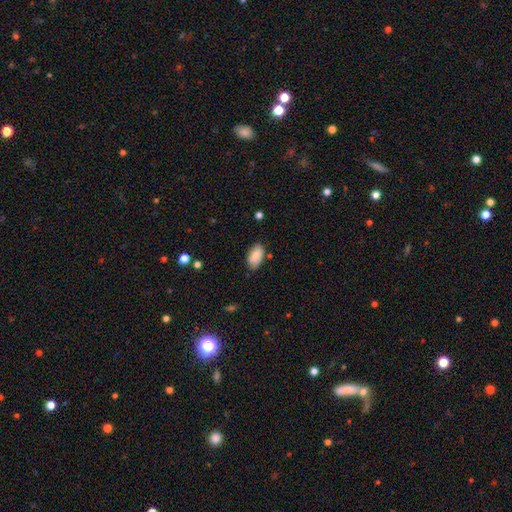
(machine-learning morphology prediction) A smooth galaxy with no disk features (86%) that is in between round and cigar-shaped (94%).

Vote fractions:
- Smooth or featured? smooth: 86% / featured or disk: 7% / star or artifact: 7%
- How rounded? in between: 94% / cigar-shaped: 3% / round: 3%
- Merging? none: 77% / minor disturbance: 17% / major disturbance: 3% / merger: 2%